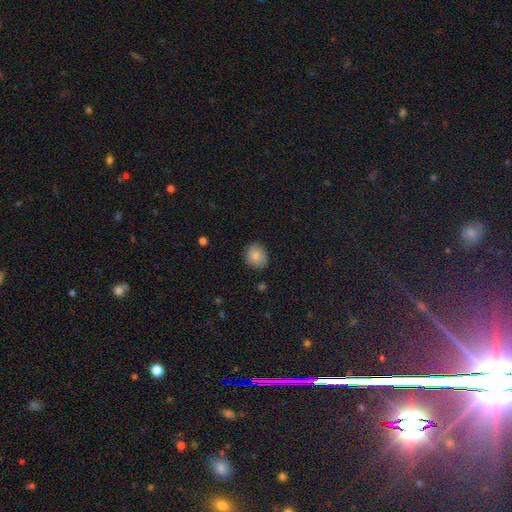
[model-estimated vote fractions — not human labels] Smooth or featured? smooth (83%)
How rounded? round (76%)
Merging? none (83%)